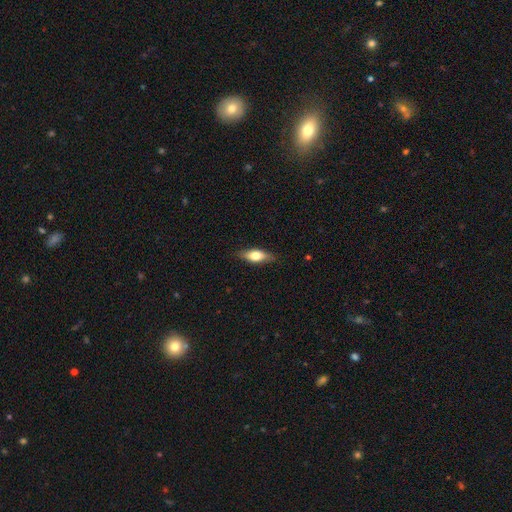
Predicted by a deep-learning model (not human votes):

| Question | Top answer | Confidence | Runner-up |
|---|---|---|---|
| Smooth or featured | smooth | 60% | featured or disk (33%) |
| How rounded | in between | 67% | cigar-shaped (30%) |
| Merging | none | 84% | minor disturbance (12%) |